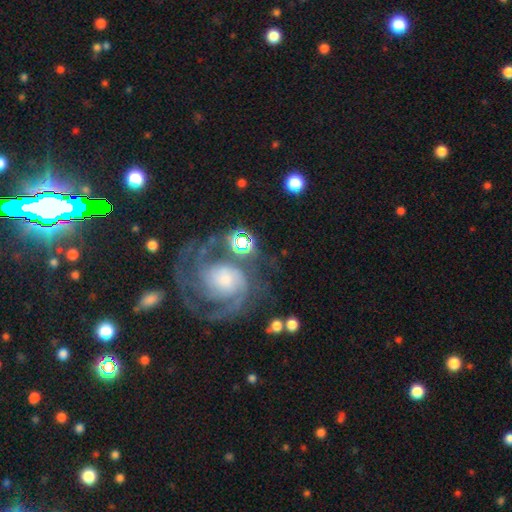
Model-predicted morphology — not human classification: Q: Smooth or featured?
A: featured or disk (76%); runner-up: star or artifact (15%)
Q: Edge-on disk?
A: no (96%); runner-up: yes (4%)
Q: Bar?
A: no (63%); runner-up: weak (28%)
Q: Spiral arms?
A: yes (94%); runner-up: no (6%)
Q: Spiral winding?
A: tight (58%); runner-up: medium (34%)
Q: Spiral arm count?
A: 2 (49%); runner-up: can't tell (21%)
Q: Bulge size?
A: moderate (42%); runner-up: small (35%)
Q: Merging?
A: none (69%); runner-up: minor disturbance (14%)